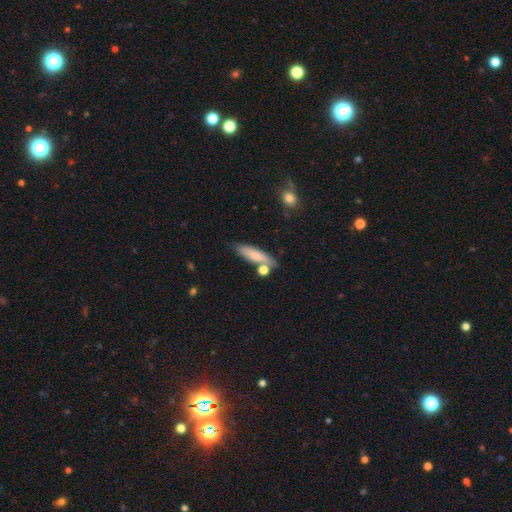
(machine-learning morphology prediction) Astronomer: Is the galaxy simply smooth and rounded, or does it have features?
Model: smooth — 76%.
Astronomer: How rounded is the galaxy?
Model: cigar-shaped — 63%.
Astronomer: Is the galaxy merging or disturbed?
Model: none — 67%.